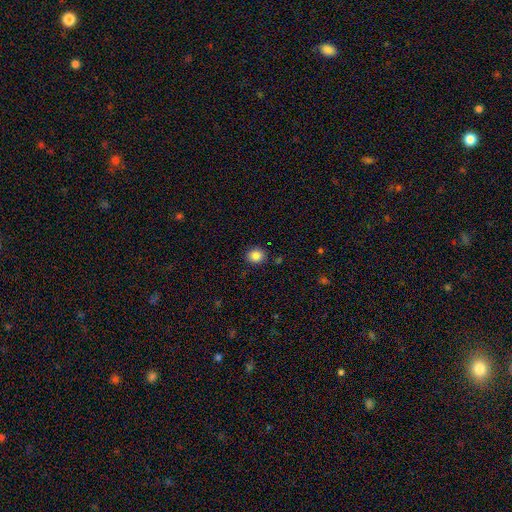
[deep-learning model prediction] This is clearly a smooth galaxy (86%). How rounded: likely round (77%). Merging: clearly none (87%).